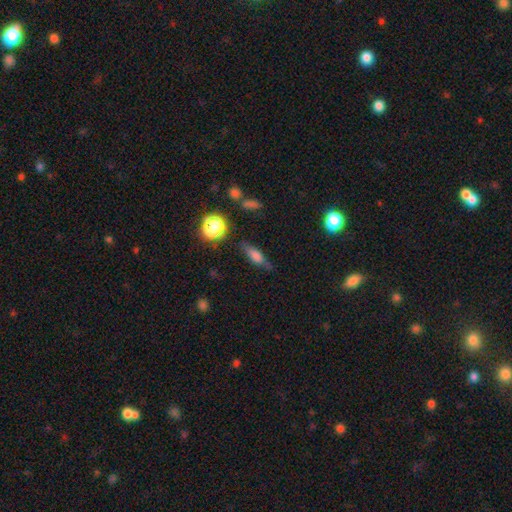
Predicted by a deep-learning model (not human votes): Smooth or featured?
  - smooth: 62% *
  - featured or disk: 24%
  - star or artifact: 13%
How rounded?
  - in between: 46% *
  - cigar-shaped: 45%
  - round: 9%
Merging?
  - none: 70% *
  - minor disturbance: 20%
  - major disturbance: 6%
  - merger: 3%